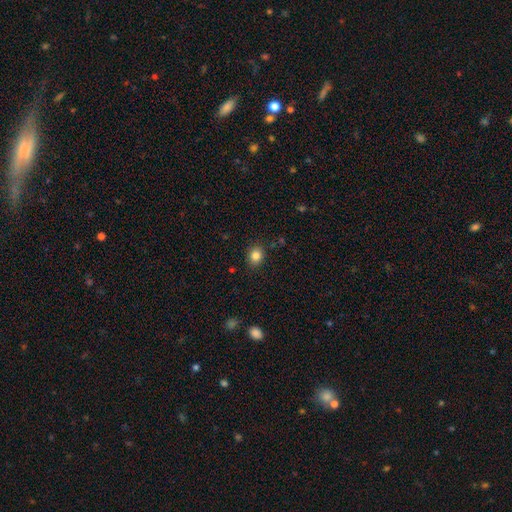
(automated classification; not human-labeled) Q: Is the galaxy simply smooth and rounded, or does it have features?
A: smooth — 84%.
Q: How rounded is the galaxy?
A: round — 61%.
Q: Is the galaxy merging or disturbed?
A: none — 86%.